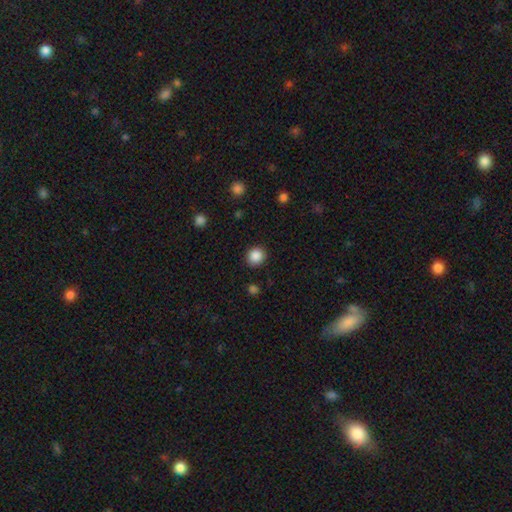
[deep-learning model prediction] A smooth galaxy with no disk features (87%) that is round (85%).

Vote fractions:
- Smooth or featured? smooth: 87% / star or artifact: 10% / featured or disk: 3%
- How rounded? round: 85% / in between: 14% / cigar-shaped: 1%
- Merging? none: 89% / minor disturbance: 7% / major disturbance: 2% / merger: 1%